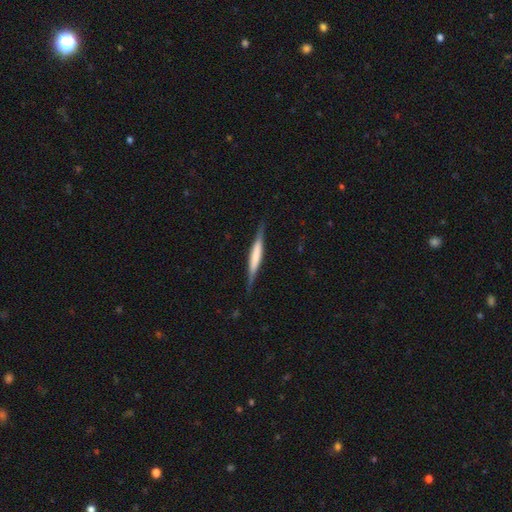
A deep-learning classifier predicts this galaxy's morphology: smooth-or-featured: featured or disk: 53% | smooth: 42% | star or artifact: 5%
  disk-edge-on: yes: 96% | no: 4%
    edge-on-bulge: none: 42% | boxy: 35% | rounded: 23%
  merging: none: 85% | minor disturbance: 11% | major disturbance: 2% | merger: 1%